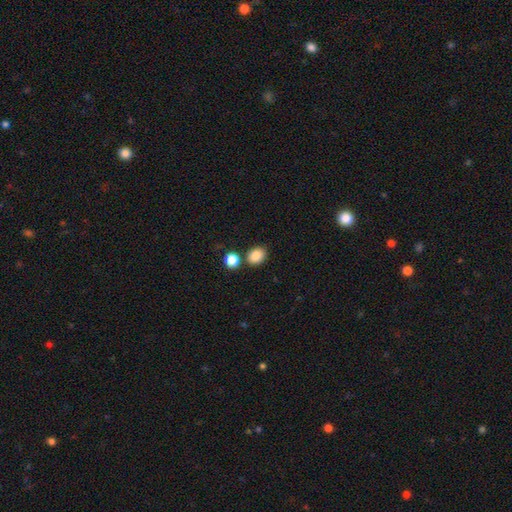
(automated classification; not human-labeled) Smooth or featured? Predicted: smooth (p=0.86). How rounded? Predicted: in between (p=0.55). Merging? Predicted: none (p=0.76).